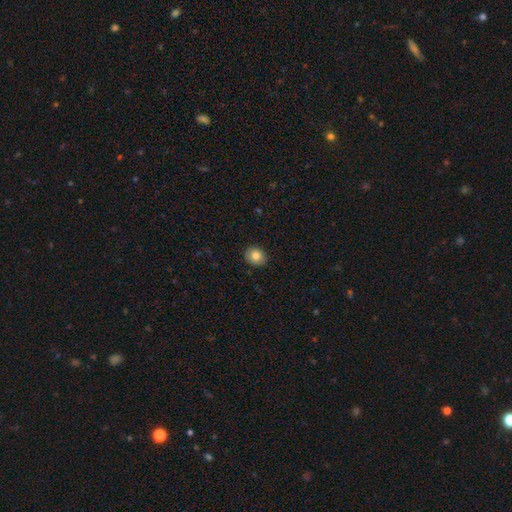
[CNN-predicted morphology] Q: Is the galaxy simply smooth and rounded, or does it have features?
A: smooth — 83%.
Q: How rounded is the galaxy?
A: round — 59%.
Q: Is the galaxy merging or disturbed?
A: none — 89%.